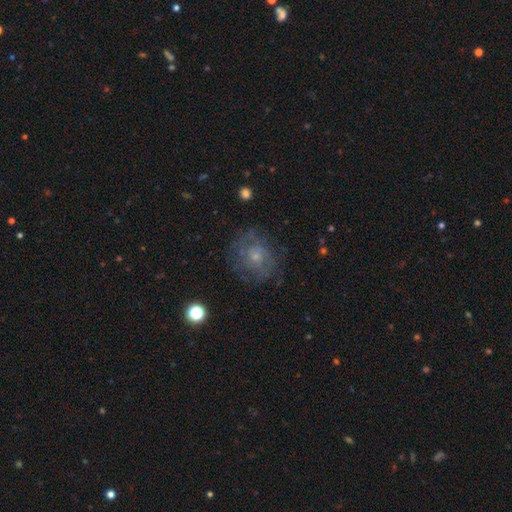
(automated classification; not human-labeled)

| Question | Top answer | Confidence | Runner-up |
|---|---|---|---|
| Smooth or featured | featured or disk | 51% | smooth (36%) |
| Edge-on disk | no | 97% | yes (3%) |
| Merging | none | 68% | minor disturbance (18%) |